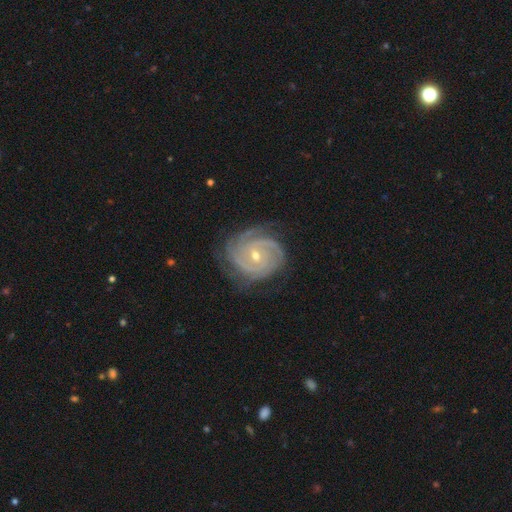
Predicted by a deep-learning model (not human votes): smooth_or_featured: featured or disk (p=0.91) [alt: star or artifact p=0.05]
disk_edge_on: no (p=0.98) [alt: yes p=0.02]
bar: no (p=0.59) [alt: weak p=0.31]
has_spiral_arms: yes (p=0.98) [alt: no p=0.02]
spiral_winding: tight (p=0.77) [alt: medium p=0.20]
spiral_arm_count: 3 (p=0.36) [alt: 2 p=0.20]
bulge_size: small (p=0.57) [alt: moderate p=0.41]
merging: none (p=0.75) [alt: minor disturbance p=0.18]